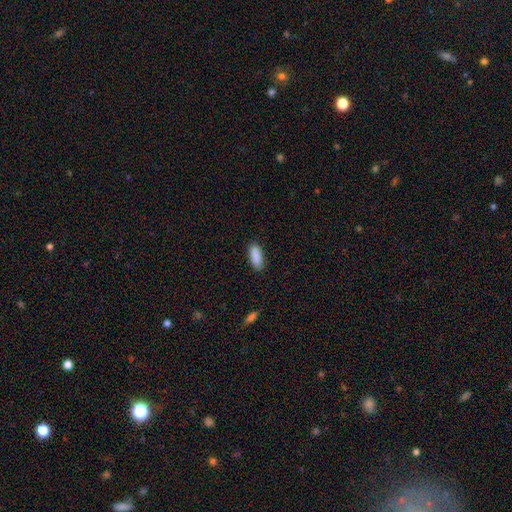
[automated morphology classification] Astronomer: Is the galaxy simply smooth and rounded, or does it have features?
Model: smooth — 90%.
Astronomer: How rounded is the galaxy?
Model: in between — 80%.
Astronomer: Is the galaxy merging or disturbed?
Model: none — 88%.